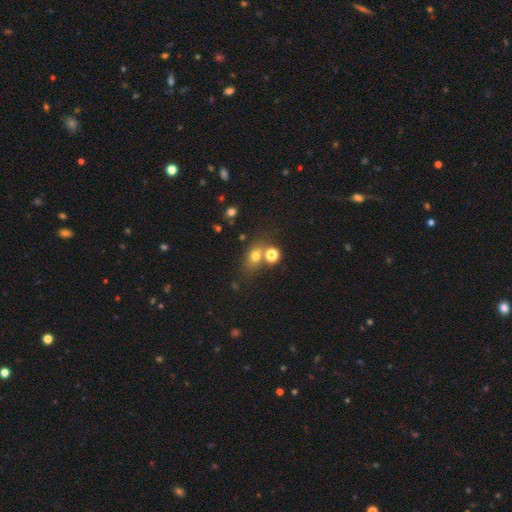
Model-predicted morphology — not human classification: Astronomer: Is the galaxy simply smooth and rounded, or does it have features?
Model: smooth — 69%.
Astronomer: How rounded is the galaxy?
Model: in between — 56% (runner-up: round, 41%).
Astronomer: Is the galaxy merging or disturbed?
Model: none — 57%.